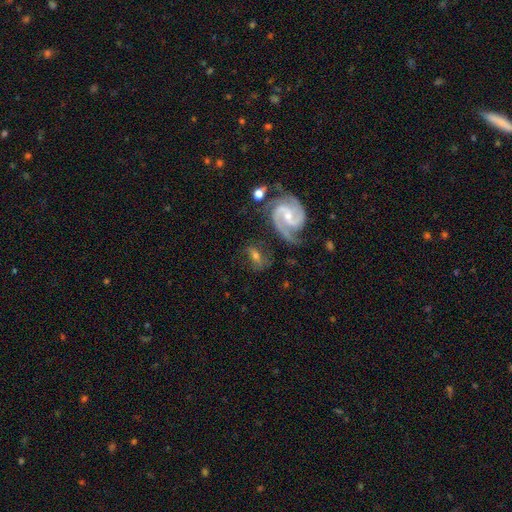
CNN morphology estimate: Q: Smooth or featured?
A: featured or disk (74%); runner-up: smooth (17%)
Q: Edge-on disk?
A: no (95%); runner-up: yes (5%)
Q: Bar?
A: weak (45%); runner-up: no (31%)
Q: Spiral arms?
A: yes (93%); runner-up: no (7%)
Q: Spiral winding?
A: medium (52%); runner-up: loose (25%)
Q: Spiral arm count?
A: 2 (87%); runner-up: can't tell (4%)
Q: Bulge size?
A: small (55%); runner-up: moderate (39%)
Q: Merging?
A: none (59%); runner-up: minor disturbance (20%)